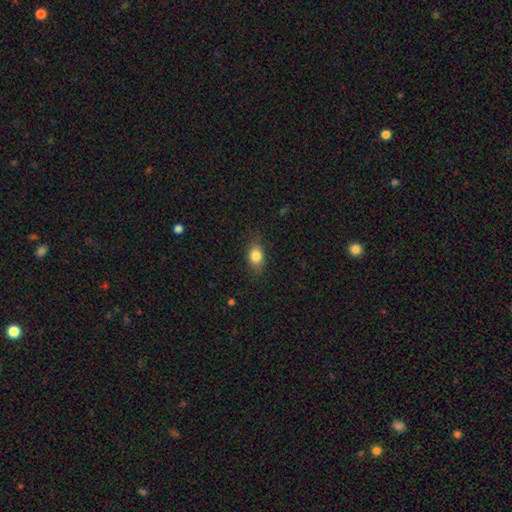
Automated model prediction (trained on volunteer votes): A smooth galaxy with no disk features (83%) that is in between round and cigar-shaped (72%). Merging: none (81%).